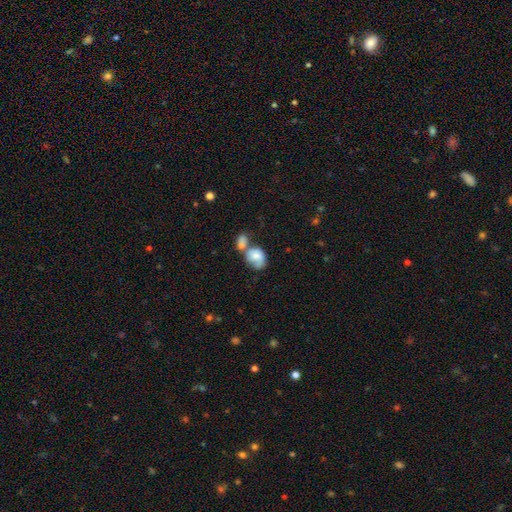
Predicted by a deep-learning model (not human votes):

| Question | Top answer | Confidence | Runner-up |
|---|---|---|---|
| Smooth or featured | smooth | 68% | featured or disk (25%) |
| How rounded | in between | 65% | round (33%) |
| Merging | merger | 56% | none (21%) |